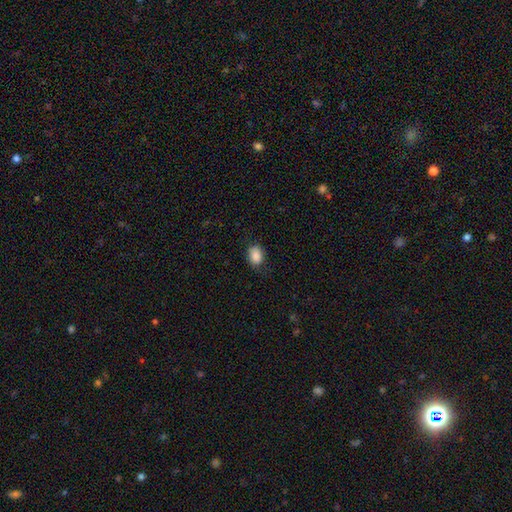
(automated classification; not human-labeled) smooth-or-featured: smooth: 88% | star or artifact: 8% | featured or disk: 4%
  how-rounded: in between: 72% | round: 26% | cigar-shaped: 1%
  merging: none: 77% | minor disturbance: 18% | major disturbance: 4% | merger: 1%